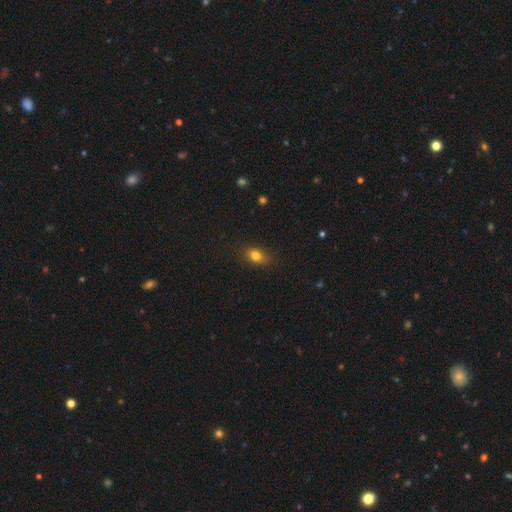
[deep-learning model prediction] A smooth galaxy with no disk features (78%) that is in between round and cigar-shaped (67%). Merging: none (82%).